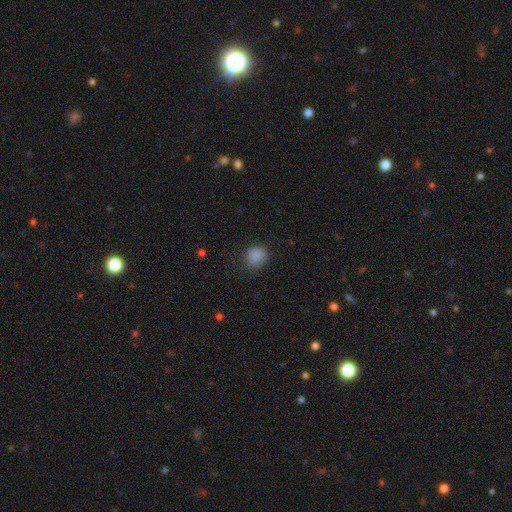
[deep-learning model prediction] This appears to be a smooth galaxy with no disk features (85%) that is round (82%). Merging: none (76%).